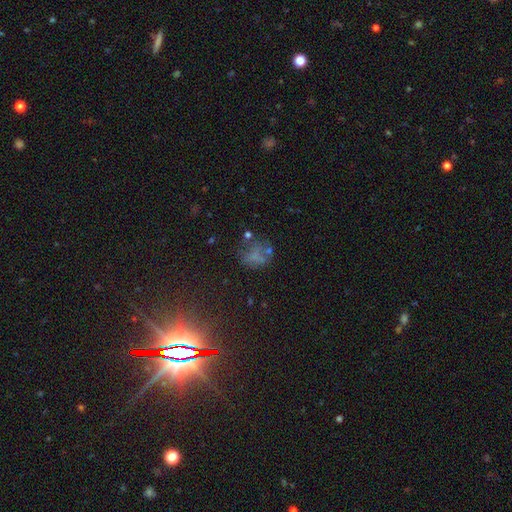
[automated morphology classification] Smooth or featured? Predicted: smooth (p=0.47). Merging? Predicted: none (p=0.45).